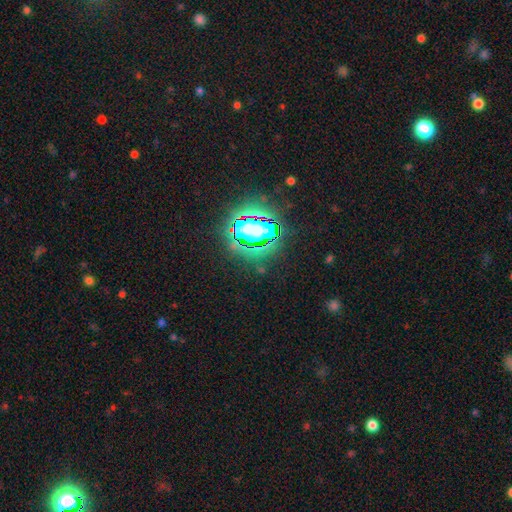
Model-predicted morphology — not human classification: A star or artifact, not a galaxy (71%).

Vote fractions:
- Smooth or featured? star or artifact: 71% / smooth: 18% / featured or disk: 11%